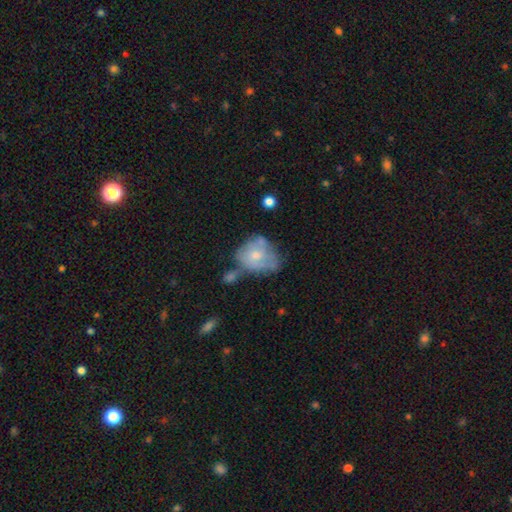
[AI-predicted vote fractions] smooth-or-featured: smooth: 54% | featured or disk: 38% | star or artifact: 8%
  how-rounded: round: 50% | in between: 49% | cigar-shaped: 1%
  merging: none: 30% | minor disturbance: 28% | merger: 22% | major disturbance: 20%